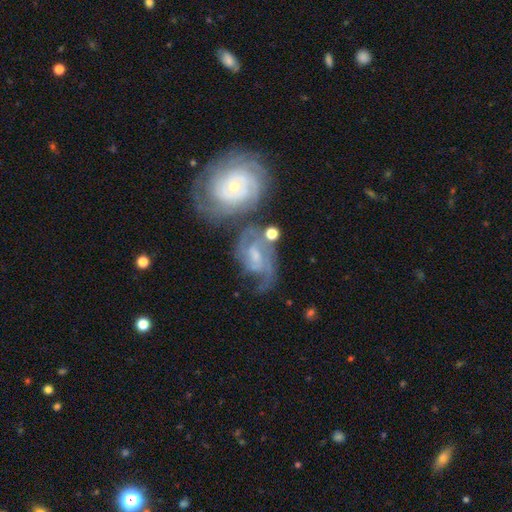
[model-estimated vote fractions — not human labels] This is clearly a featured or disk galaxy (84%). It is clearly not viewed edge-on (97%). Bar: marginally weak (45%). Spiral arm pattern: clearly yes (95%). Spiral arm count: marginally 2 (38%). Spiral winding: marginally tight (45%). Central bulge: possibly small (55%). Merging: marginally none (39%).